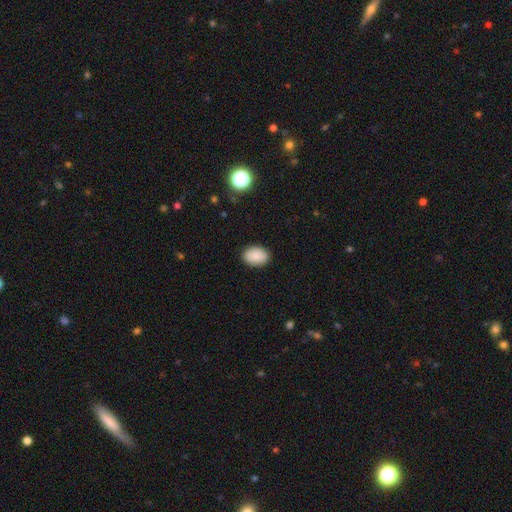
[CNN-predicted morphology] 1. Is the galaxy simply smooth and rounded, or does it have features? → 88% smooth, 8% star or artifact, 4% featured or disk.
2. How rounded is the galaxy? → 82% in between, 17% round, 1% cigar-shaped.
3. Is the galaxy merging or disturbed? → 88% none, 8% minor disturbance, 2% major disturbance, 1% merger.